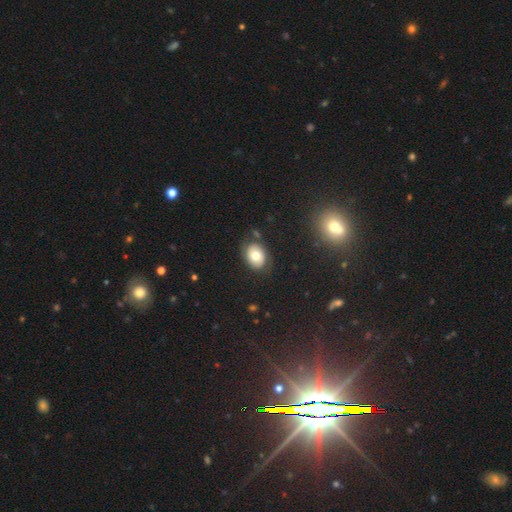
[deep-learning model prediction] This is likely a smooth galaxy (67%). How rounded: likely in between (68%). Merging: likely none (77%).